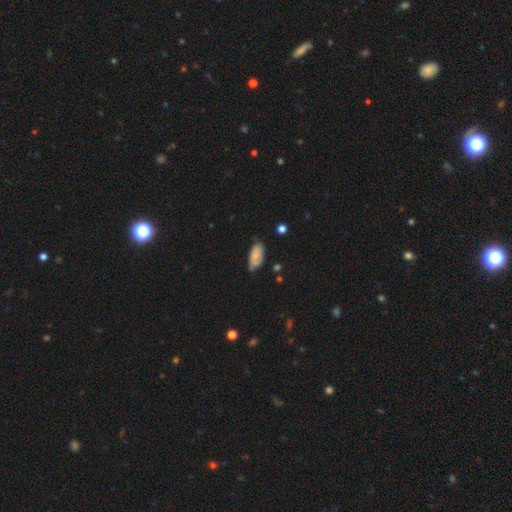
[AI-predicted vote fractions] Smooth or featured? Predicted: smooth (p=0.73). How rounded? Predicted: in between (p=0.89). Merging? Predicted: none (p=0.56).